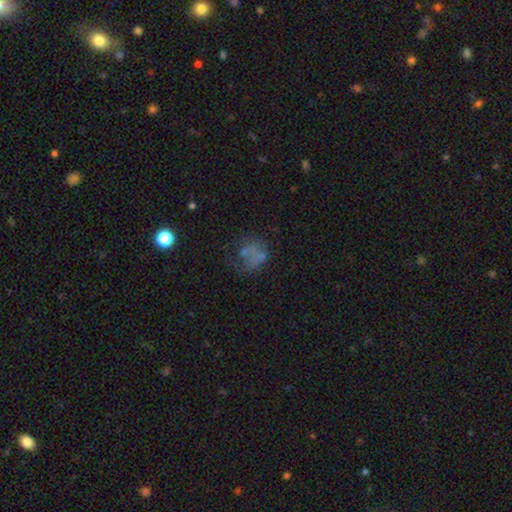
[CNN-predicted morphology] smooth-or-featured: smooth: 44% | featured or disk: 36% | star or artifact: 20%
  merging: none: 39% | major disturbance: 29% | minor disturbance: 19% | merger: 12%